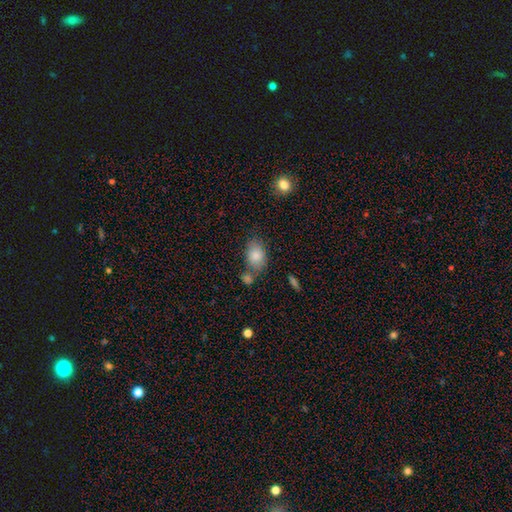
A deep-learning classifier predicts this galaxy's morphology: smooth_or_featured: smooth (p=0.84) [alt: featured or disk p=0.09]
how_rounded: in between (p=0.85) [alt: round p=0.14]
merging: none (p=0.59) [alt: merger p=0.19]